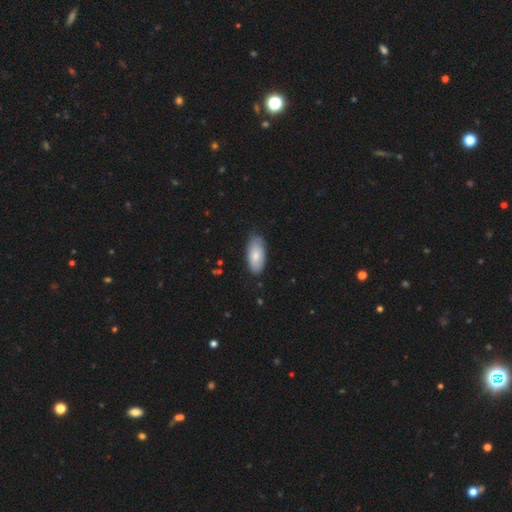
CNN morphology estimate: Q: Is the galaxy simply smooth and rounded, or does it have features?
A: smooth — 78%.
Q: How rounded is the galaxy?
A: in between — 92%.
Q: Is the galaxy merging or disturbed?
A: none — 77%.